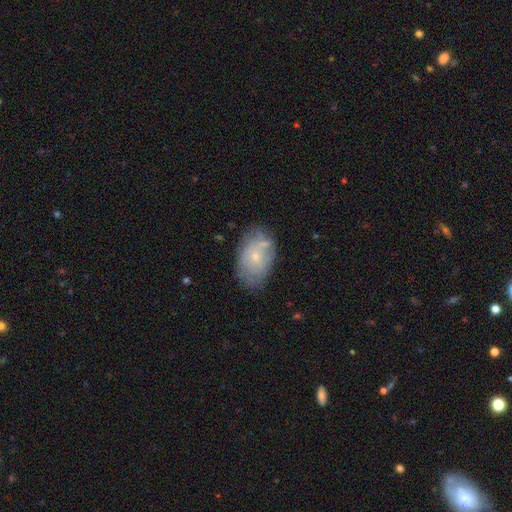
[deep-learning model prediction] Smooth or featured? smooth (46%)
Merging? none (61%)